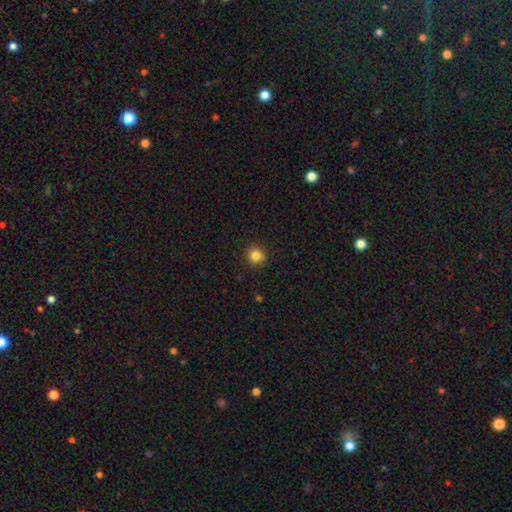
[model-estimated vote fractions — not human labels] smooth-or-featured: smooth: 84% | star or artifact: 12% | featured or disk: 5%
  how-rounded: round: 91% | in between: 8% | cigar-shaped: 1%
  merging: none: 89% | minor disturbance: 8% | major disturbance: 2% | merger: 1%